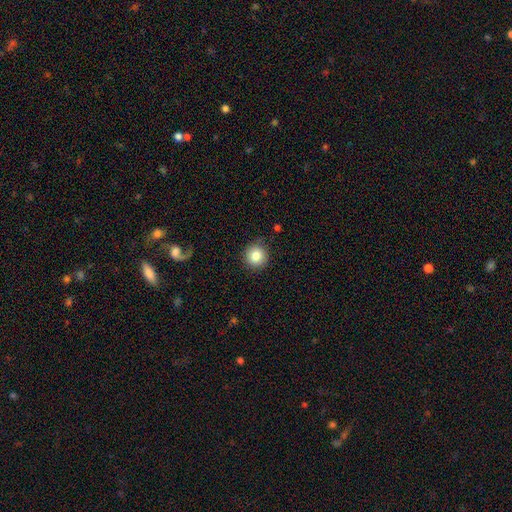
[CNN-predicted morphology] Q: Smooth or featured?
A: smooth (83%); runner-up: star or artifact (9%)
Q: How rounded?
A: round (93%); runner-up: in between (6%)
Q: Merging?
A: none (86%); runner-up: minor disturbance (9%)